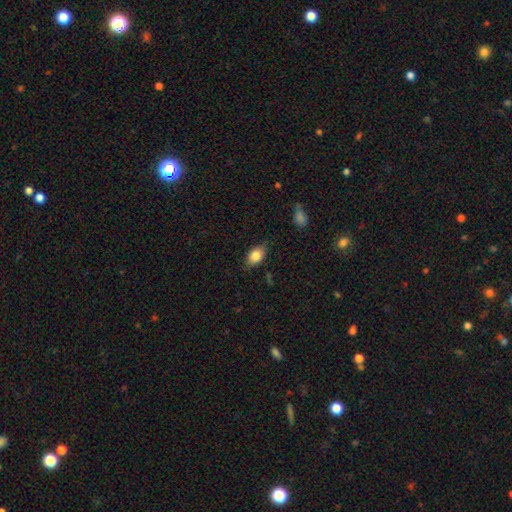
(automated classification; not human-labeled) Q: Smooth or featured?
A: smooth (81%); runner-up: featured or disk (11%)
Q: How rounded?
A: in between (82%); runner-up: round (15%)
Q: Merging?
A: none (75%); runner-up: minor disturbance (19%)